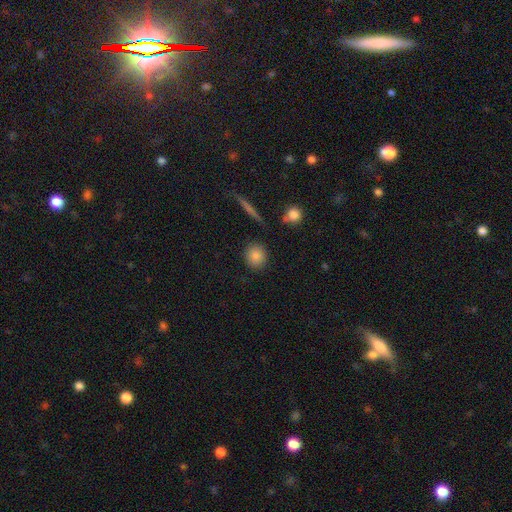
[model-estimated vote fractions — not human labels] Morphology: type=smooth (85%); roundness=round (82%); merging=none (88%).